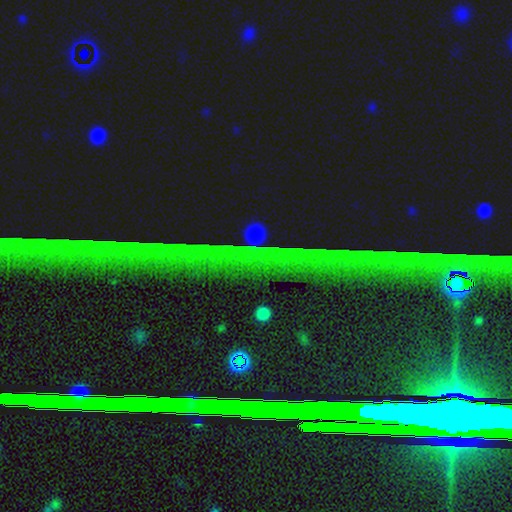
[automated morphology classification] smooth-or-featured: star or artifact: 84% | featured or disk: 9% | smooth: 7%